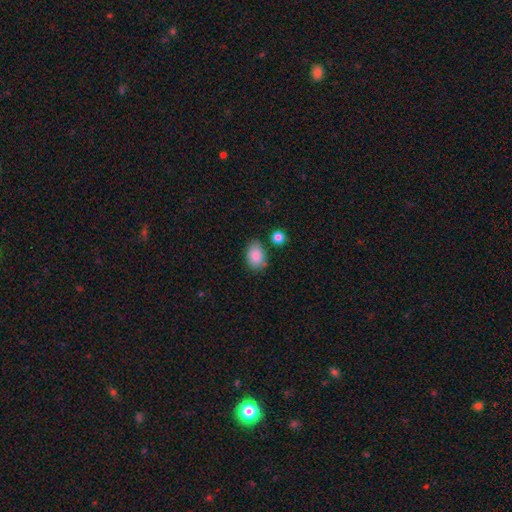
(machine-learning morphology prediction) Smooth or featured? smooth (88%)
How rounded? in between (81%)
Merging? none (72%)